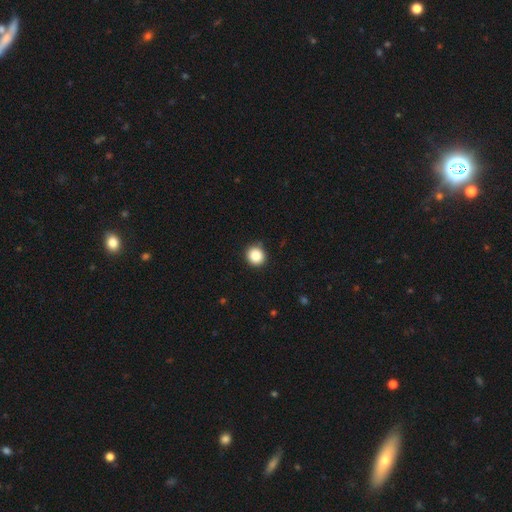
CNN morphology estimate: smooth-or-featured: smooth: 86% | star or artifact: 10% | featured or disk: 4%
  how-rounded: round: 92% | in between: 7% | cigar-shaped: 1%
  merging: none: 89% | minor disturbance: 8% | major disturbance: 2% | merger: 1%